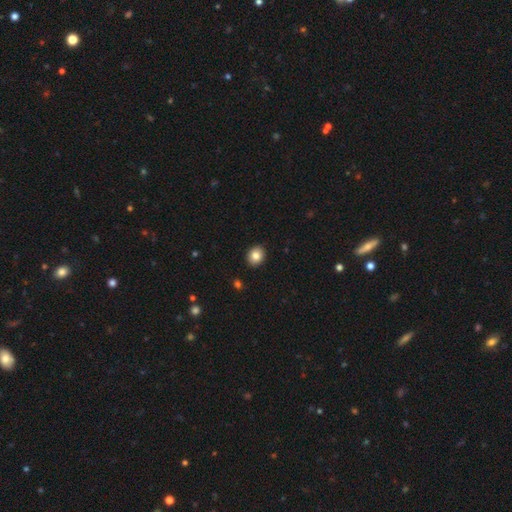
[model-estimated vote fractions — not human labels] Overall: smooth (84%). How rounded: round (61%; in between 38%). Merging: none (91%).